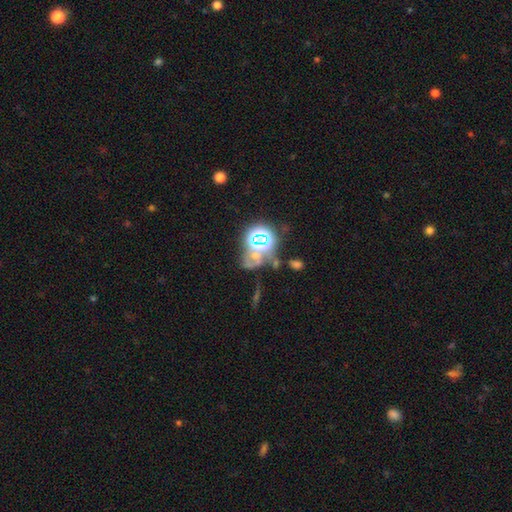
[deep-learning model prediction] A star or artifact, not a galaxy (61%).

Vote fractions:
- Smooth or featured? star or artifact: 61% / smooth: 20% / featured or disk: 19%